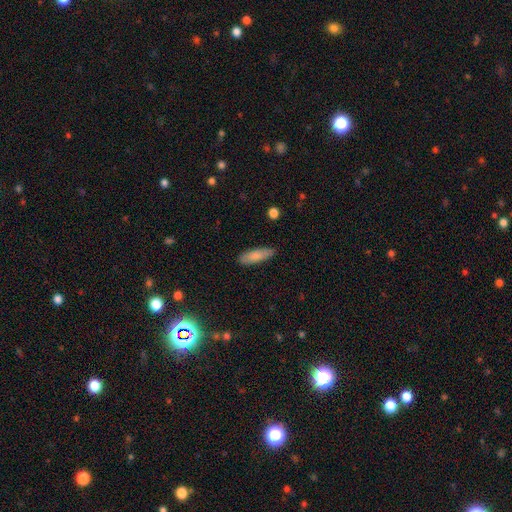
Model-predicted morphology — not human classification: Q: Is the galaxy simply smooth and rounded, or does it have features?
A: smooth — 83%.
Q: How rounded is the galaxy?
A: cigar-shaped — 50%.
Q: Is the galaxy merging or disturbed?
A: none — 85%.